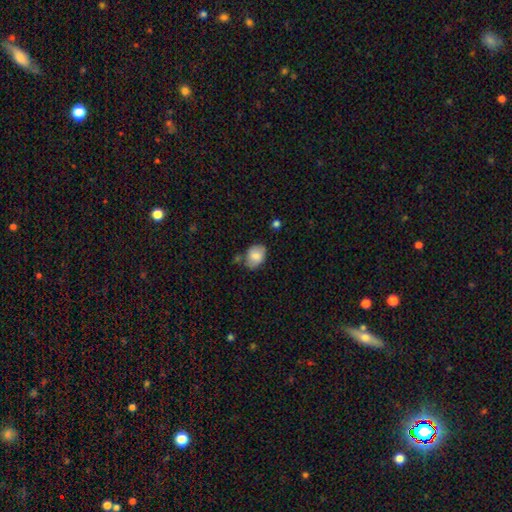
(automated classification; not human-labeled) Morphology: type=smooth (79%); roundness=in between (67%); merging=none (63%).